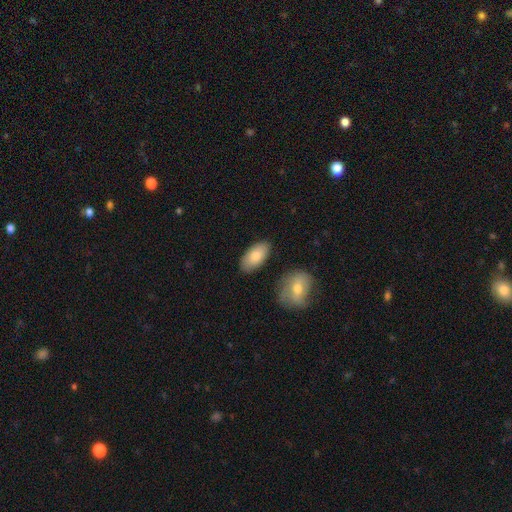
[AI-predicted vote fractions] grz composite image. It shows a smooth galaxy with no disk features (82%) that is in between round and cigar-shaped (94%). Merging: none (82%).